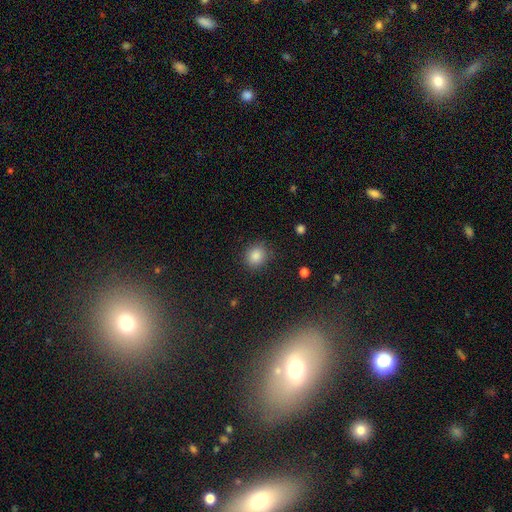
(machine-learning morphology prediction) This appears to be a smooth galaxy with no disk features (85%) that is round (79%). Merging: none (85%).